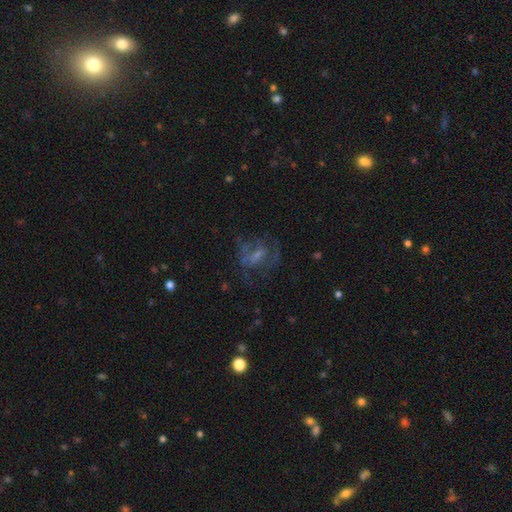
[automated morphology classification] A featured or disk galaxy (57%) with a weak bar (42%), spiral arms (56%) and a small central bulge (36%).

Vote fractions:
- Smooth or featured? featured or disk: 57% / smooth: 27% / star or artifact: 16%
- Edge-on disk? no: 95% / yes: 5%
- Bar? weak: 42% / no: 41% / strong: 18%
- Spiral arms? yes: 56% / no: 44%
- Bulge size? small: 36% / none: 31% / moderate: 27% / large: 5% / dominant: 1%
- Merging? none: 48% / major disturbance: 31% / minor disturbance: 18% / merger: 3%